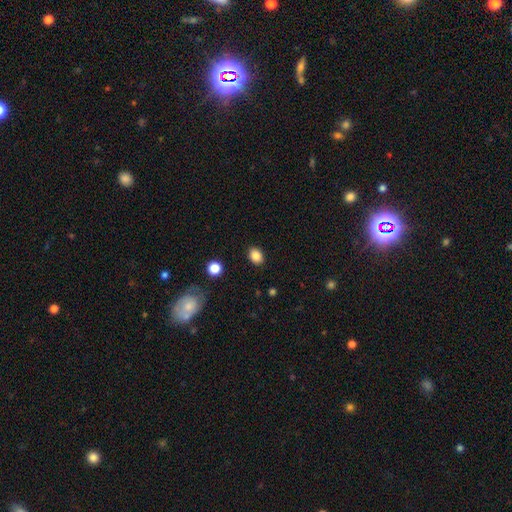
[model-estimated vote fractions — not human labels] smooth-or-featured: smooth: 86% | star or artifact: 10% | featured or disk: 4%
  how-rounded: in between: 65% | round: 34% | cigar-shaped: 1%
  merging: none: 89% | minor disturbance: 8% | major disturbance: 2% | merger: 1%